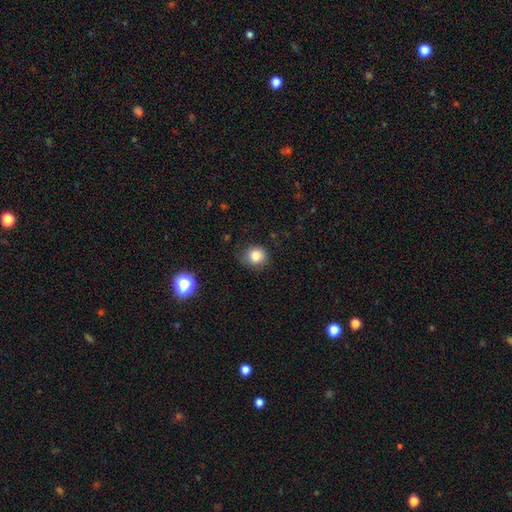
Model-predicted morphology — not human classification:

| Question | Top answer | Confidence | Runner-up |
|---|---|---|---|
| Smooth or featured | smooth | 83% | star or artifact (11%) |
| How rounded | round | 85% | in between (14%) |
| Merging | none | 80% | minor disturbance (16%) |